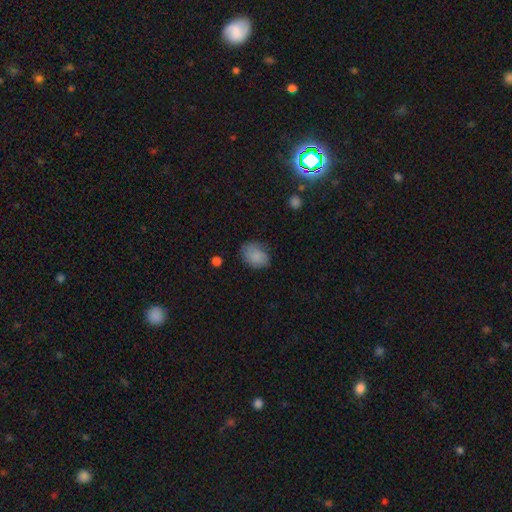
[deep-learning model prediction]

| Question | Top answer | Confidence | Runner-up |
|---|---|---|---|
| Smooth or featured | smooth | 85% | star or artifact (8%) |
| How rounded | in between | 74% | round (25%) |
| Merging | none | 73% | minor disturbance (21%) |